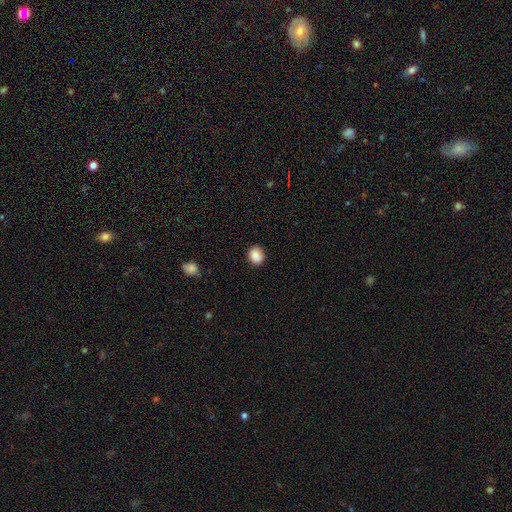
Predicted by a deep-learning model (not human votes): The model was most divided on "how rounded": round: 70%, in between: 29%, cigar-shaped: 1%. More confident: smooth or featured — smooth (88%); merging — none (88%).